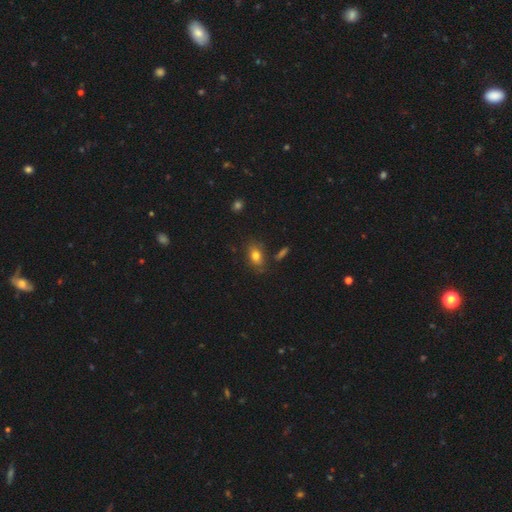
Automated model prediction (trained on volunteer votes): Smooth or featured? Predicted: smooth (p=0.78). How rounded? Predicted: in between (p=0.78). Merging? Predicted: none (p=0.74).